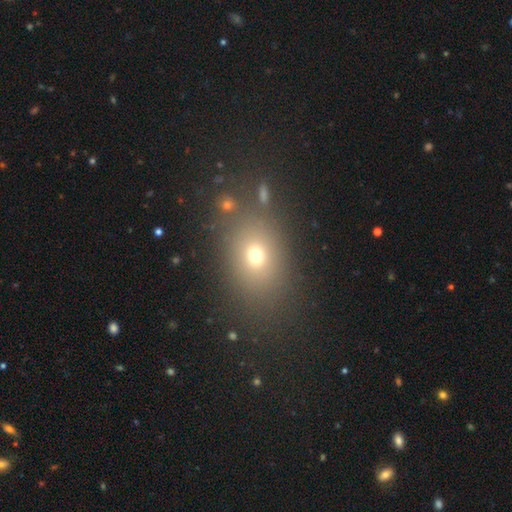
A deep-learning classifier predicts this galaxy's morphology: Smooth or featured? smooth (68%)
How rounded? in between (62%)
Merging? none (77%)